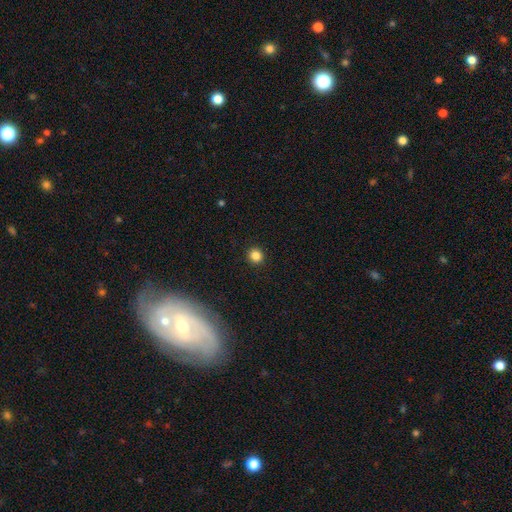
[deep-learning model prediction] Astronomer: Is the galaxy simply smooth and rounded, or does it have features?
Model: smooth — 84%.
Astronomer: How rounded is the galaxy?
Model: round — 91%.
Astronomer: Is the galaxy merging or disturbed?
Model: none — 93%.